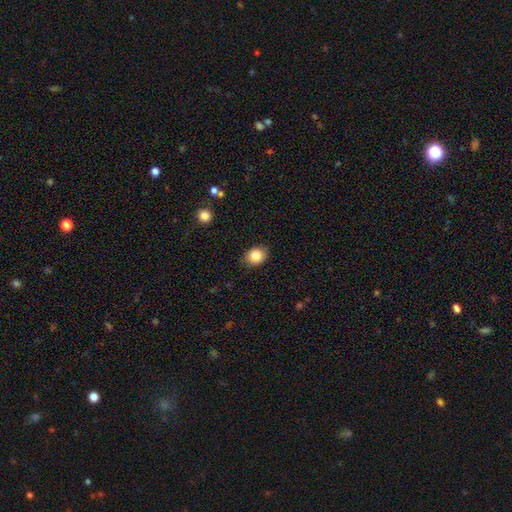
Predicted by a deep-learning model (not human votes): The model was most divided on "how rounded": round: 50%, in between: 49%, cigar-shaped: 1%. More confident: merging — none (86%); smooth or featured — smooth (84%).